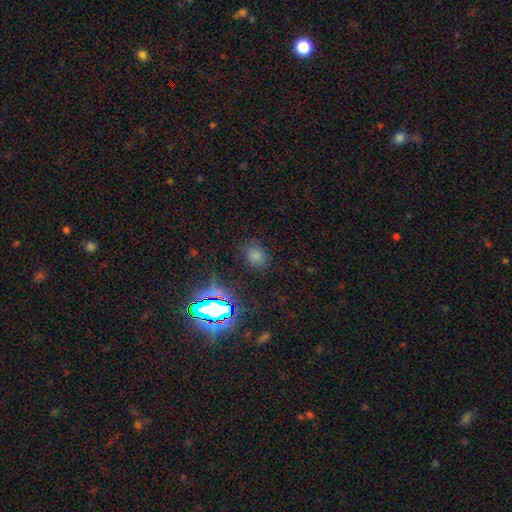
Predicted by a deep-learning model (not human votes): Overall: smooth (66%; star or artifact 27%). How rounded: in between (54%; round 45%). Merging: none (77%).